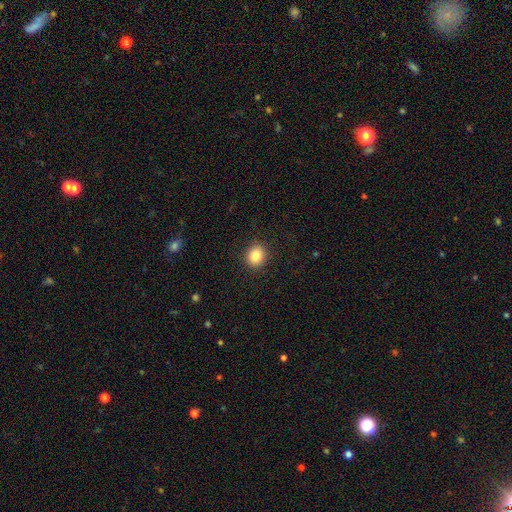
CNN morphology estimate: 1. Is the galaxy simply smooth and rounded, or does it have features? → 85% smooth, 10% star or artifact, 5% featured or disk.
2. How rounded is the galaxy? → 73% round, 26% in between, 1% cigar-shaped.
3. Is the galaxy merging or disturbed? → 91% none, 6% minor disturbance, 2% major disturbance, 1% merger.